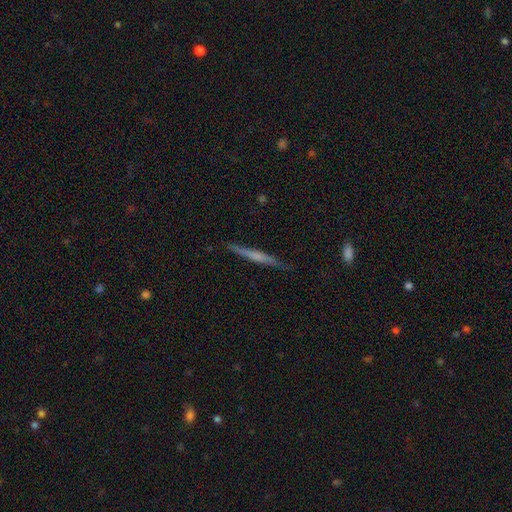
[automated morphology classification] Smooth or featured? featured or disk (56%)
Edge-on disk? yes (97%)
Edge-on bulge? none (46%)
Merging? none (86%)